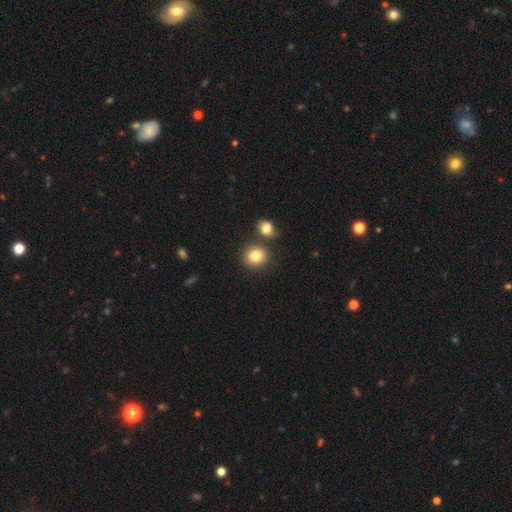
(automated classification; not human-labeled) A smooth galaxy with no disk features (83%) that is round (80%).

Vote fractions:
- Smooth or featured? smooth: 83% / star or artifact: 10% / featured or disk: 7%
- How rounded? round: 80% / in between: 19% / cigar-shaped: 1%
- Merging? none: 75% / merger: 14% / minor disturbance: 8% / major disturbance: 3%